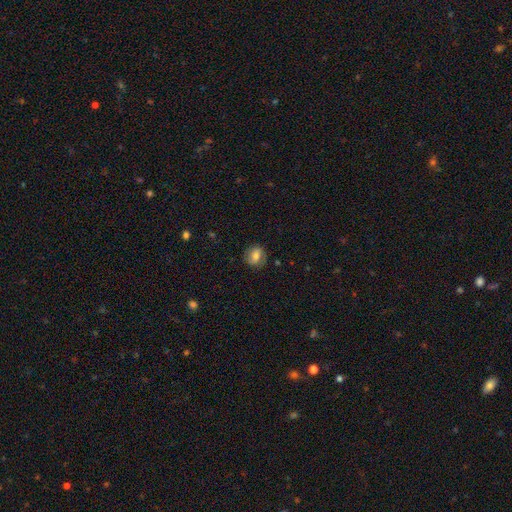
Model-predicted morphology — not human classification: smooth_or_featured: smooth (p=0.59) [alt: featured or disk p=0.31]
how_rounded: round (p=0.68) [alt: in between p=0.31]
merging: none (p=0.79) [alt: minor disturbance p=0.15]